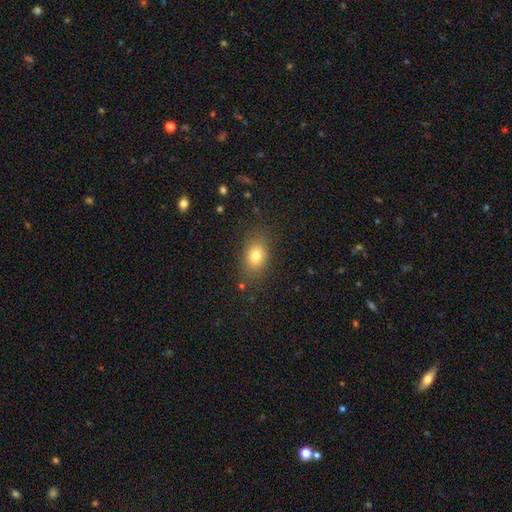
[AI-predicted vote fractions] Overall: smooth (79%). How rounded: in between (73%). Merging: none (82%).